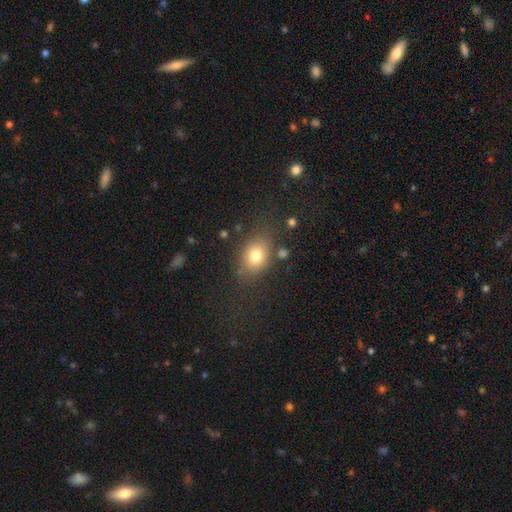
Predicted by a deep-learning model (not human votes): Overall: smooth (77%). How rounded: in between (65%; round 33%). Merging: none (74%).